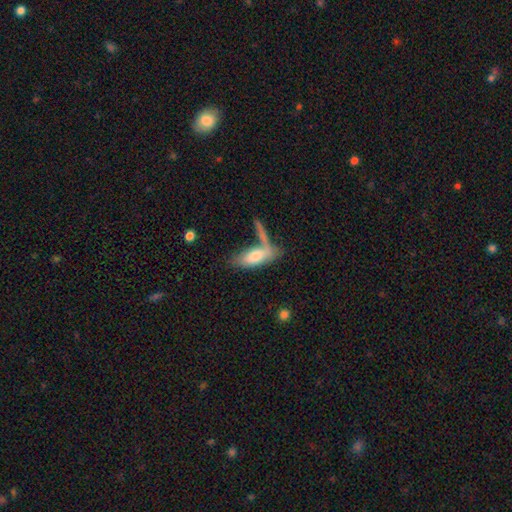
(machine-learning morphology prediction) This appears to be a smooth galaxy with no disk features (72%) that is in between round and cigar-shaped (73%). Merging: none (38%).